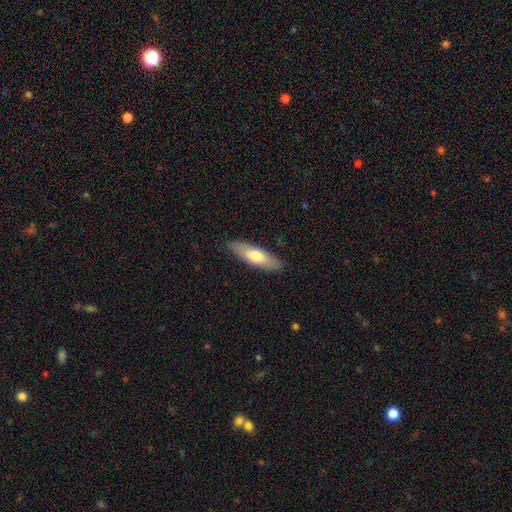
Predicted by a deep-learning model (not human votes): smooth-or-featured: smooth: 68% | featured or disk: 27% | star or artifact: 5%
  how-rounded: in between: 49% (tied) | cigar-shaped: 49% (tied) | round: 2%
  merging: none: 86% | minor disturbance: 11% | major disturbance: 2% | merger: 1%